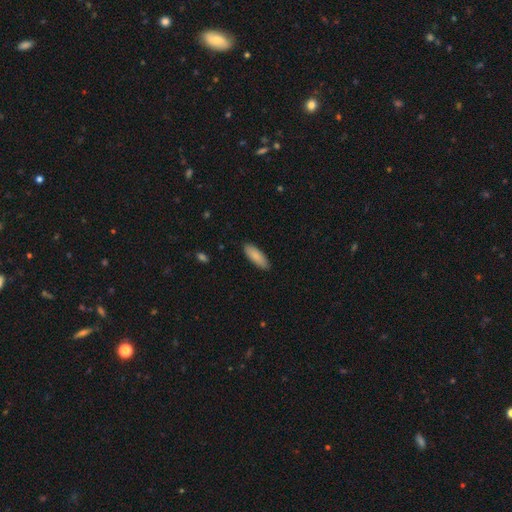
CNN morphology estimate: A smooth galaxy with no disk features (86%) that is in between round and cigar-shaped (61%).

Vote fractions:
- Smooth or featured? smooth: 86% / featured or disk: 8% / star or artifact: 6%
- How rounded? in between: 61% / cigar-shaped: 37% / round: 2%
- Merging? none: 89% / minor disturbance: 8% / major disturbance: 2% / merger: 1%